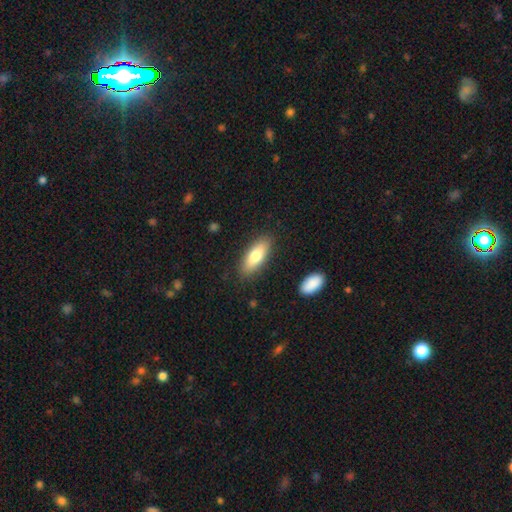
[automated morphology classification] Smooth or featured: smooth — 74% (featured or disk — 20%)
How rounded: in between — 71% (cigar-shaped — 27%)
Merging: none — 86% (minor disturbance — 10%)